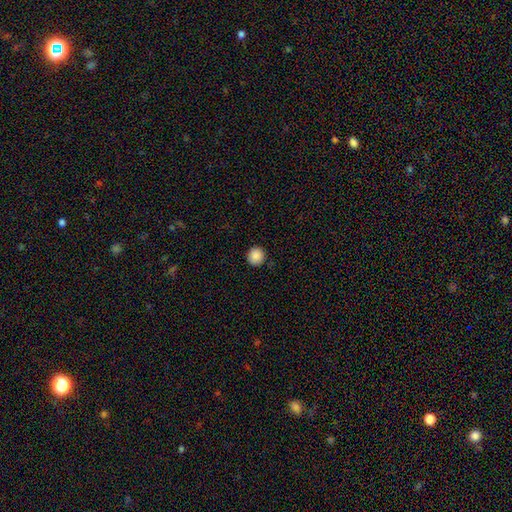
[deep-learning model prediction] smooth_or_featured: smooth (p=0.88) [alt: star or artifact p=0.09]
how_rounded: round (p=0.93) [alt: in between p=0.06]
merging: none (p=0.91) [alt: minor disturbance p=0.06]